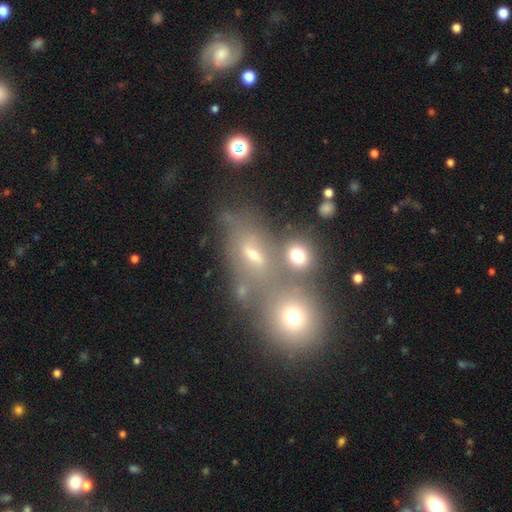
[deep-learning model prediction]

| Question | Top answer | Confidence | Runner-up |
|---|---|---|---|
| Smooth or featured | smooth | 42% | star or artifact (29%) |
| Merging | merger | 44% | none (37%) |